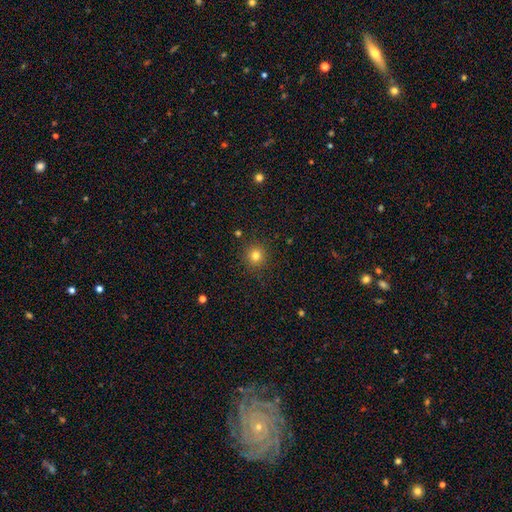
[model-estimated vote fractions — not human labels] Q: Smooth or featured?
A: smooth (80%); runner-up: star or artifact (14%)
Q: How rounded?
A: round (93%); runner-up: in between (6%)
Q: Merging?
A: none (90%); runner-up: minor disturbance (6%)